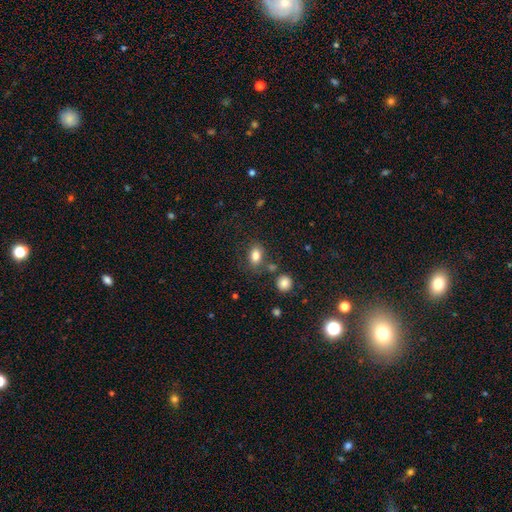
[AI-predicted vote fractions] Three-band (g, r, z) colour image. It shows a smooth galaxy with no disk features (83%) that is in between round and cigar-shaped (78%). Merging: none (72%).